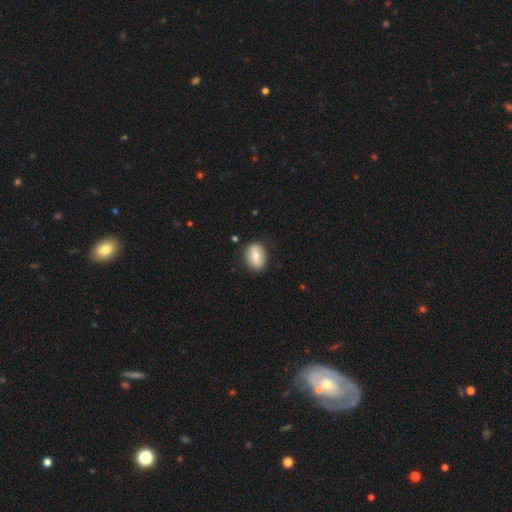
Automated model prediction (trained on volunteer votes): This is likely a smooth galaxy (66%). How rounded: likely in between (65%). Merging: clearly none (83%).